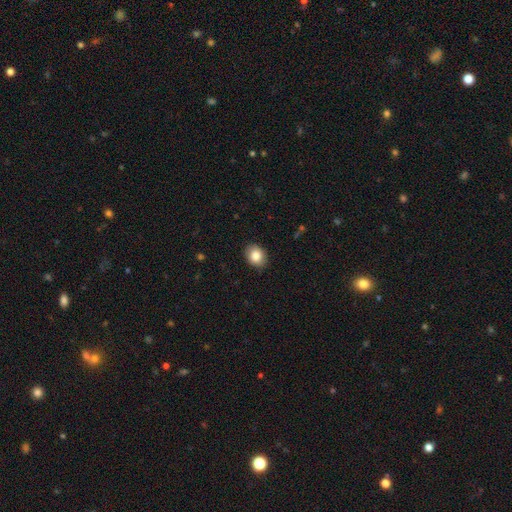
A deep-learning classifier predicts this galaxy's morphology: Smooth or featured? smooth (85%)
How rounded? in between (52%)
Merging? none (89%)